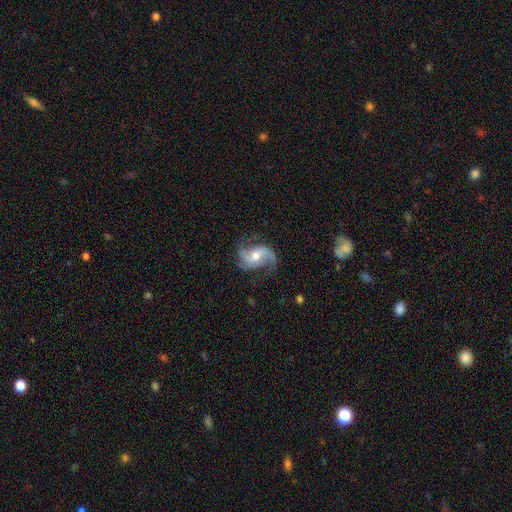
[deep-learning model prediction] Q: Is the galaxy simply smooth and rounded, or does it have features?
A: featured or disk — 85%.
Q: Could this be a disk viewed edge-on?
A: no — 97%.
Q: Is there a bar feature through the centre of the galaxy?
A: no — 49%.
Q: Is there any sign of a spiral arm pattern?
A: yes — 96%.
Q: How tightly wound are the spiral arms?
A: loose — 48%.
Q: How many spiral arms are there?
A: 2 — 68%.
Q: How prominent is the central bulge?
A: moderate — 70%.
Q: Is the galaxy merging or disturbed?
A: none — 68%.